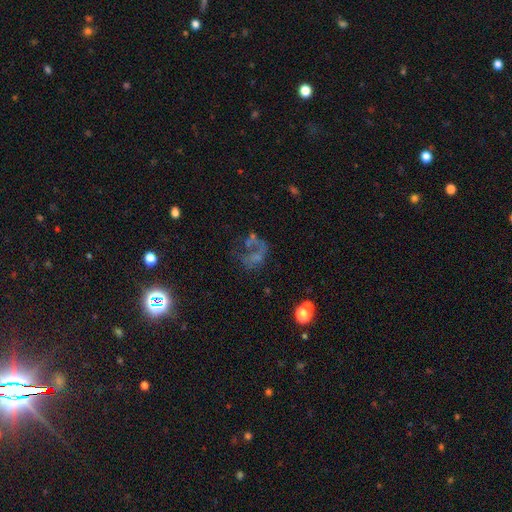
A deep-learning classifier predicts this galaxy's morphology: smooth_or_featured: featured or disk (p=0.47) [alt: star or artifact p=0.27]
merging: major disturbance (p=0.37) [alt: none p=0.35]